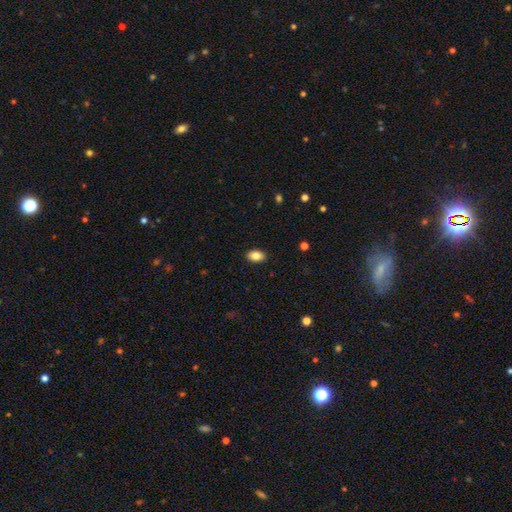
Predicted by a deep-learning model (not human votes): A smooth galaxy with no disk features (84%) that is in between round and cigar-shaped (90%).

Vote fractions:
- Smooth or featured? smooth: 84% / featured or disk: 8% / star or artifact: 8%
- How rounded? in between: 90% / round: 8% / cigar-shaped: 2%
- Merging? none: 90% / minor disturbance: 8% / major disturbance: 2% / merger: 1%